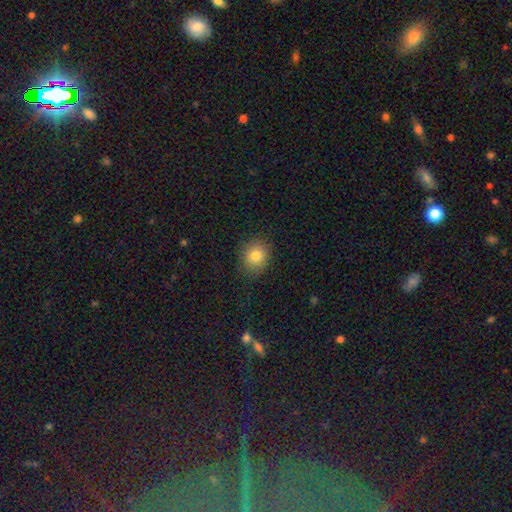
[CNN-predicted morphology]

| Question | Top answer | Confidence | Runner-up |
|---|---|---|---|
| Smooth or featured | smooth | 80% | star or artifact (11%) |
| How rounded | round | 71% | in between (28%) |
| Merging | none | 83% | minor disturbance (12%) |